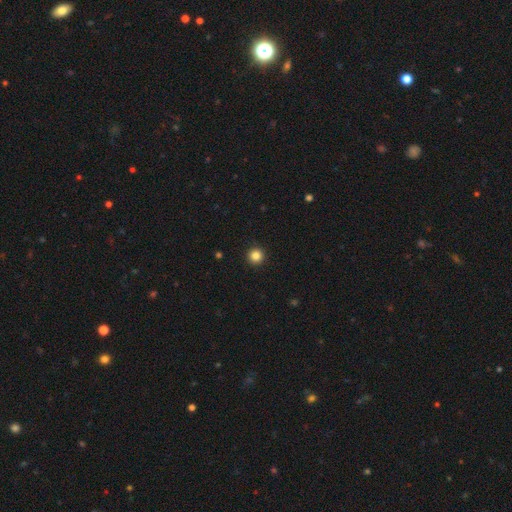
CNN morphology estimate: A smooth galaxy with no disk features (85%) that is round (96%). Merging: none (93%).